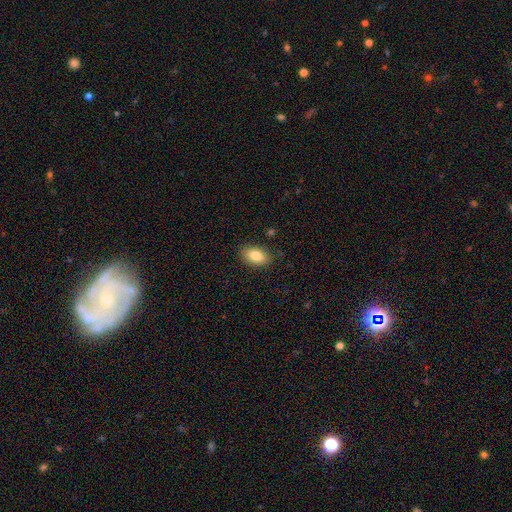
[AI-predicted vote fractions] Smooth or featured: smooth — 83% (featured or disk — 9%)
How rounded: in between — 90% (round — 8%)
Merging: none — 85% (minor disturbance — 11%)